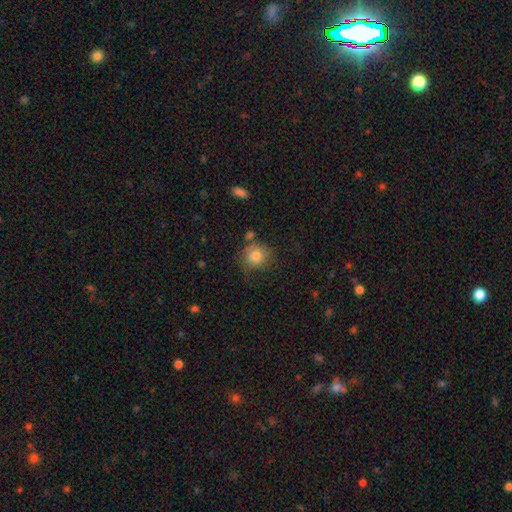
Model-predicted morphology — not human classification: Smooth or featured? smooth (82%)
How rounded? round (88%)
Merging? none (68%)